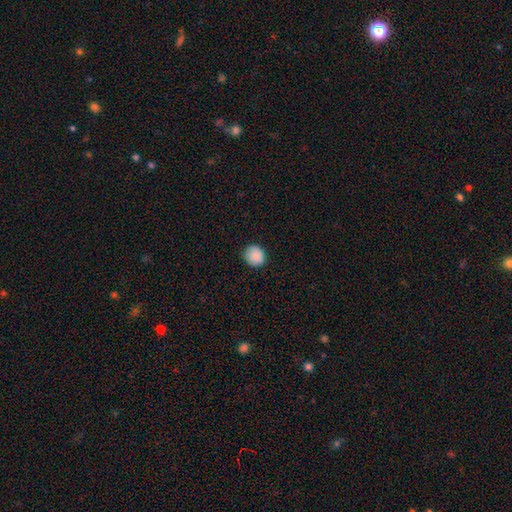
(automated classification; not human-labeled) Morphology: type=smooth (88%); roundness=round (77%); merging=none (85%).